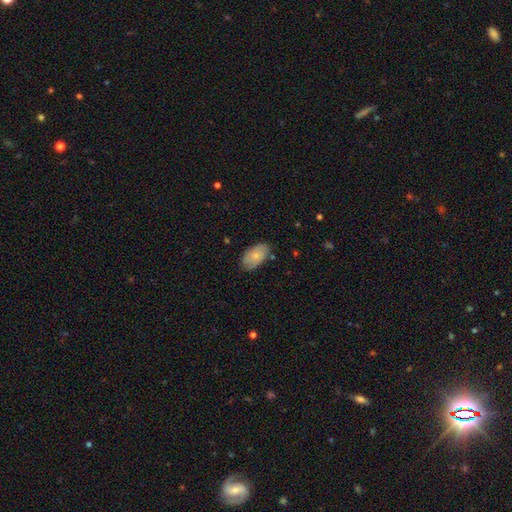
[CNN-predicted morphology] Smooth or featured? Predicted: smooth (p=0.75). How rounded? Predicted: in between (p=0.93). Merging? Predicted: none (p=0.76).